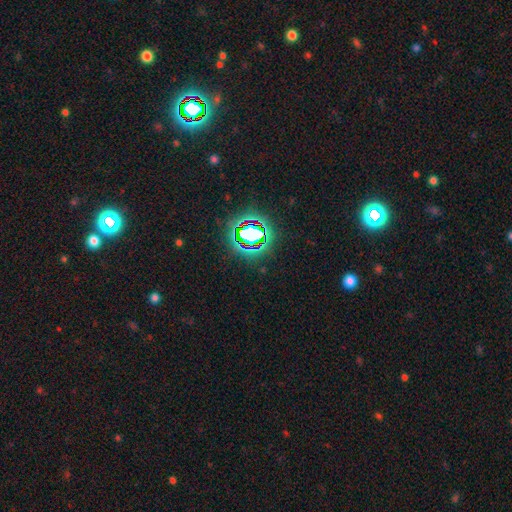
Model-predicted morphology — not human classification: This appears to be a star or artifact, not a galaxy (78%).